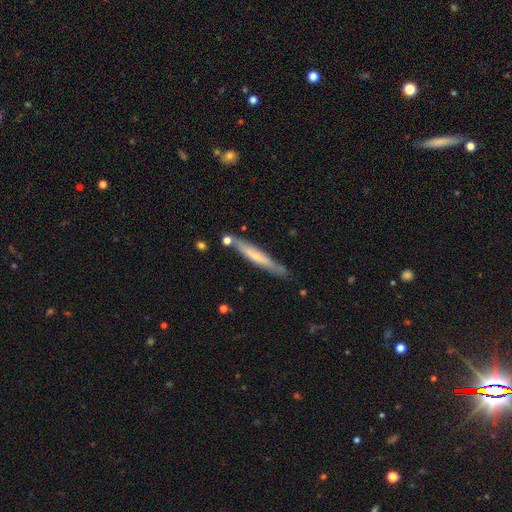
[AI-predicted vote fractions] Smooth or featured? smooth (51%)
How rounded? cigar-shaped (94%)
Merging? none (76%)